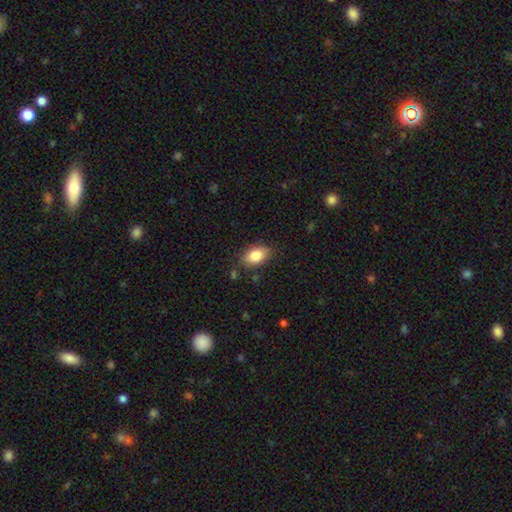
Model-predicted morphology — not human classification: This appears to be a smooth galaxy with no disk features (84%) that is in between round and cigar-shaped (88%). Merging: none (80%).